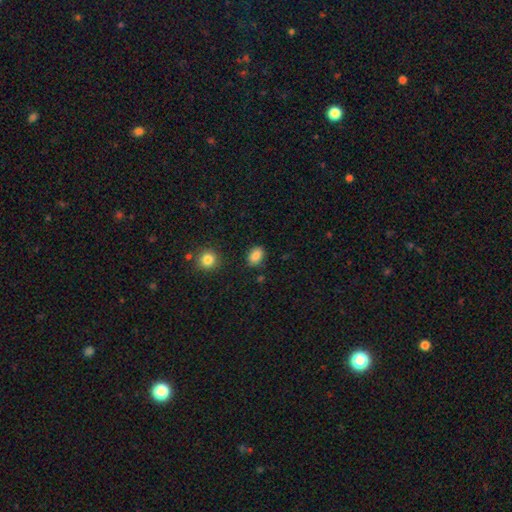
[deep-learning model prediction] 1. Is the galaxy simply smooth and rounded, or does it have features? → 86% smooth, 10% star or artifact, 5% featured or disk.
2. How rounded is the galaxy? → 77% in between, 21% round, 1% cigar-shaped.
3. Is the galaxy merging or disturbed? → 84% none, 11% minor disturbance, 3% major disturbance, 2% merger.